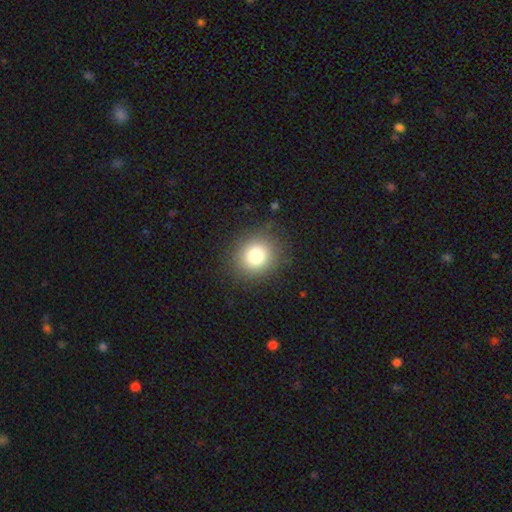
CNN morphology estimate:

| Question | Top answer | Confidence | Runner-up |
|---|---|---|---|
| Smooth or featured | smooth | 80% | star or artifact (12%) |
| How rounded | round | 85% | in between (15%) |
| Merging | none | 87% | minor disturbance (9%) |